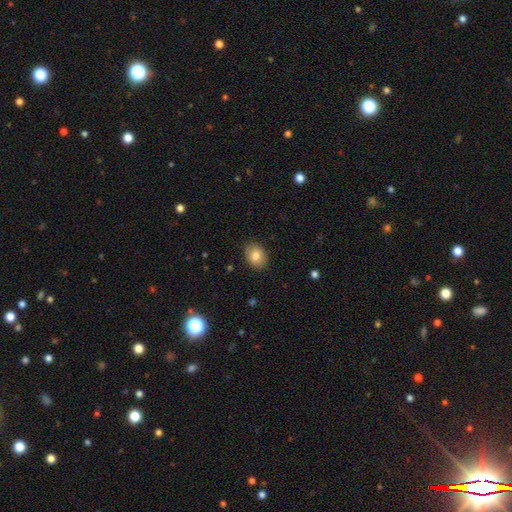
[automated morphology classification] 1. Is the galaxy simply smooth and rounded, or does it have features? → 81% smooth, 10% featured or disk, 9% star or artifact.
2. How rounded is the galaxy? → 65% in between, 34% round, 1% cigar-shaped.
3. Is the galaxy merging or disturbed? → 86% none, 11% minor disturbance, 2% major disturbance, 1% merger.